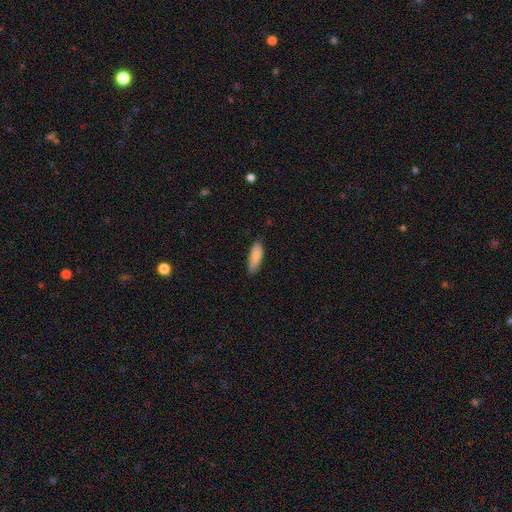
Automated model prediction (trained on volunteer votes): This is clearly a smooth galaxy (86%). How rounded: likely in between (67%). Merging: likely none (74%).